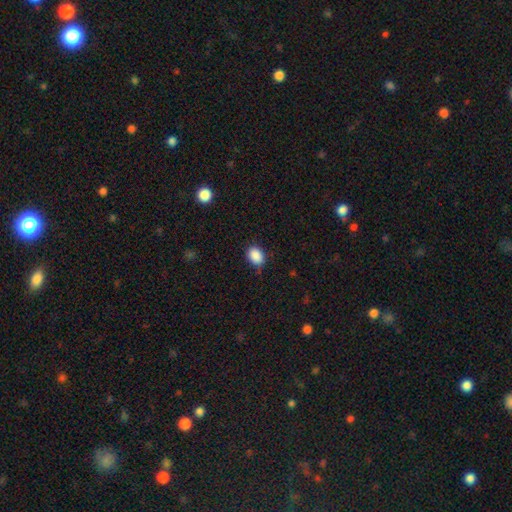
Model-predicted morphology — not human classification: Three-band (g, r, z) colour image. It shows a smooth galaxy with no disk features (89%) that is in between round and cigar-shaped (69%). Merging: none (78%).